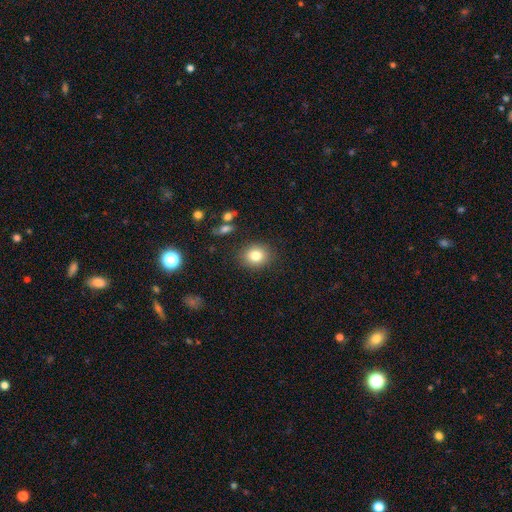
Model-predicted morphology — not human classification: A smooth galaxy with no disk features (81%) that is round (64%).

Vote fractions:
- Smooth or featured? smooth: 81% / star or artifact: 10% / featured or disk: 8%
- How rounded? round: 64% / in between: 35% / cigar-shaped: 1%
- Merging? none: 87% / minor disturbance: 8% / major disturbance: 3% / merger: 2%